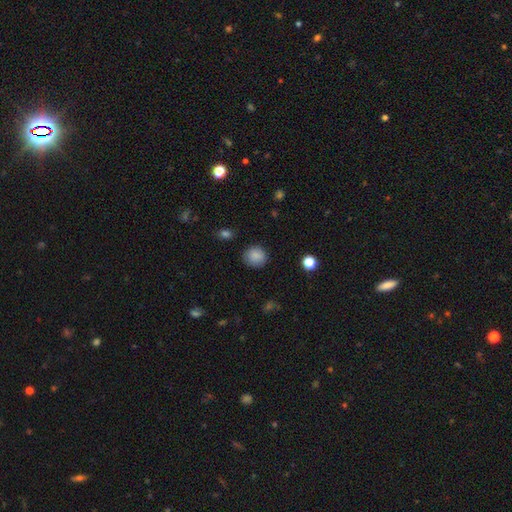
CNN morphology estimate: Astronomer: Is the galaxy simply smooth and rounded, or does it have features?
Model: smooth — 87%.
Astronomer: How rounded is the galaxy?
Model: round — 89%.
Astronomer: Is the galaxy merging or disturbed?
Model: none — 85%.